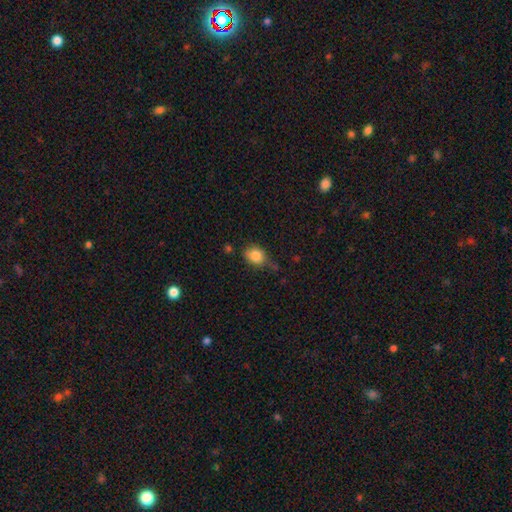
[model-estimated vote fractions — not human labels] Smooth or featured? Predicted: smooth (p=0.83). How rounded? Predicted: round (p=0.51). Merging? Predicted: none (p=0.57).